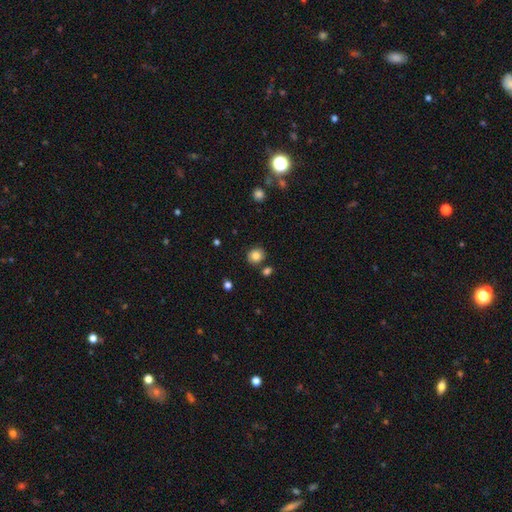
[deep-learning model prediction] This appears to be a smooth galaxy with no disk features (84%) that is round (81%). Merging: none (80%).